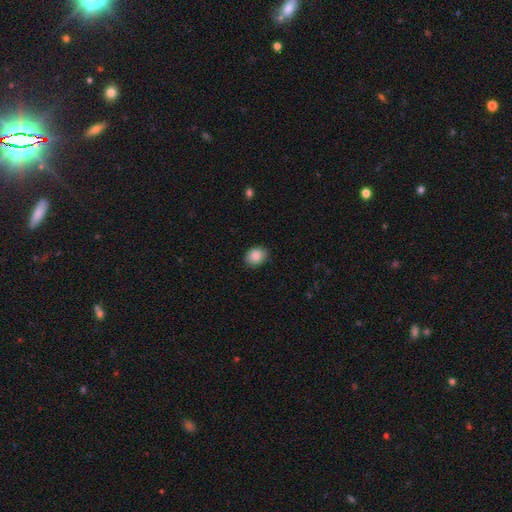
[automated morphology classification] A smooth galaxy with no disk features (87%) that is in between round and cigar-shaped (53%). Merging: none (84%).